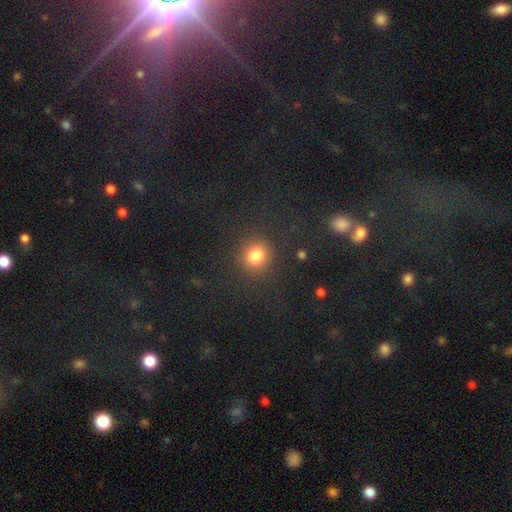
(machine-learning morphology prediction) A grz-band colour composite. It shows a smooth galaxy with no disk features (80%) that is round (86%). Merging: none (87%).